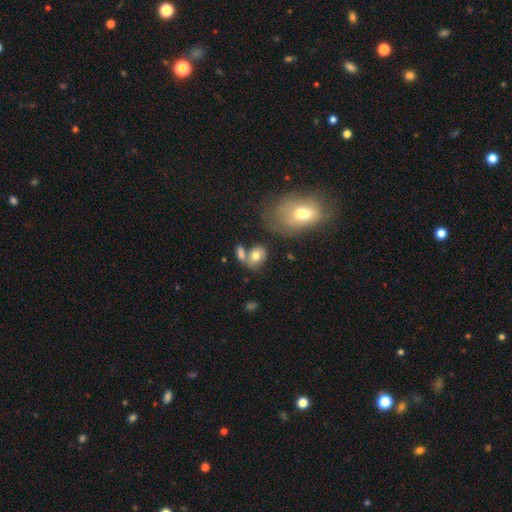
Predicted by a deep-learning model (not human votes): smooth-or-featured: smooth: 74% | featured or disk: 17% | star or artifact: 9%
  how-rounded: in between: 61% | round: 37% | cigar-shaped: 2%
  merging: none: 45% | merger: 32% | minor disturbance: 15% | major disturbance: 8%